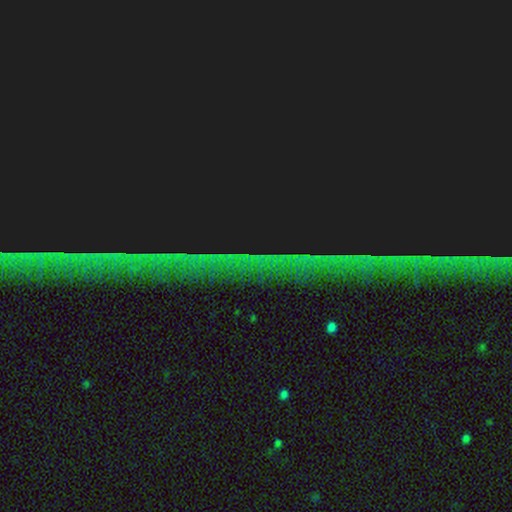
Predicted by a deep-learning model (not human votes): star or artifact 87%, featured or disk 8%, smooth 6%.